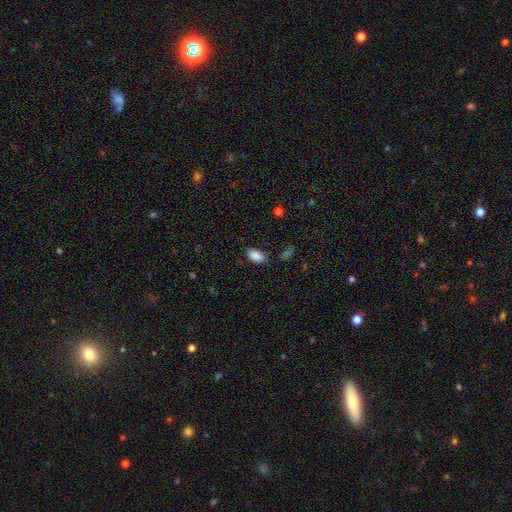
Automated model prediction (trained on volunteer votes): Smooth or featured?
  - smooth: 88% *
  - star or artifact: 8%
  - featured or disk: 4%
How rounded?
  - in between: 94% *
  - round: 4%
  - cigar-shaped: 2%
Merging?
  - none: 79% *
  - minor disturbance: 15%
  - major disturbance: 4%
  - merger: 3%